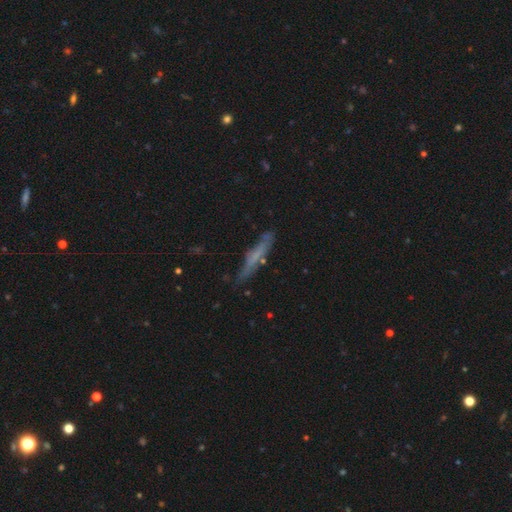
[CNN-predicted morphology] This appears to be a smooth galaxy with no disk features (48%). Merging: none (72%).